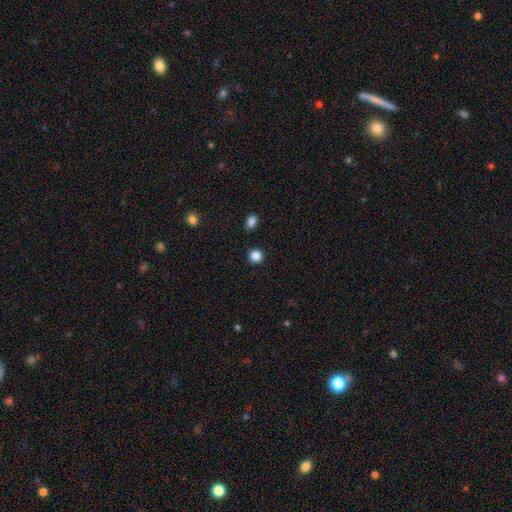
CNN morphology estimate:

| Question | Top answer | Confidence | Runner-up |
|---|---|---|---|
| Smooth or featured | smooth | 86% | star or artifact (11%) |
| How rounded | round | 92% | in between (7%) |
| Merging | none | 91% | minor disturbance (5%) |